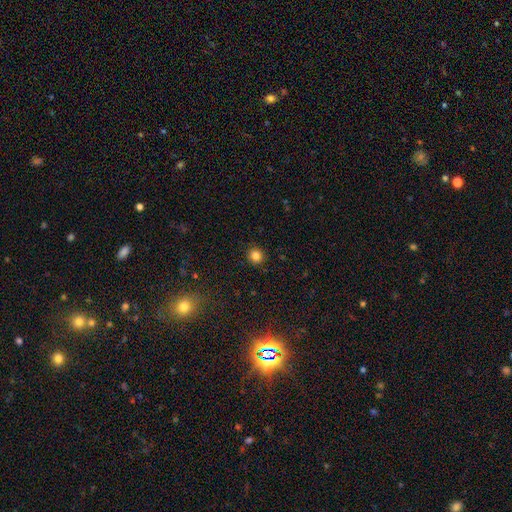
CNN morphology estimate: smooth-or-featured: smooth: 84% | star or artifact: 12% | featured or disk: 4%
  how-rounded: round: 91% | in between: 8% | cigar-shaped: 1%
  merging: none: 92% | minor disturbance: 5% | major disturbance: 2% | merger: 1%